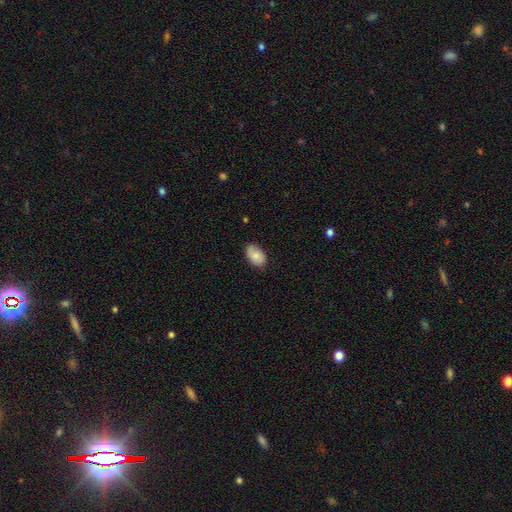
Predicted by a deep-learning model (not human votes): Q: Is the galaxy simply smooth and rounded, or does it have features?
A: smooth — 79%.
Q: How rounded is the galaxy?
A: in between — 91%.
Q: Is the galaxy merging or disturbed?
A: none — 78%.